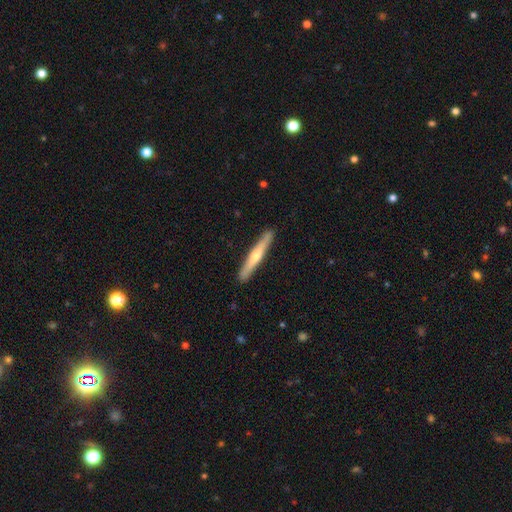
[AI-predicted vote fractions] Smooth or featured?
  - featured or disk: 57% *
  - smooth: 38%
  - star or artifact: 5%
Edge-on disk?
  - yes: 96% *
  - no: 4%
Edge-on bulge?
  - rounded: 80% *
  - none: 16%
  - boxy: 4%
Merging?
  - none: 91% *
  - minor disturbance: 7%
  - major disturbance: 1%
  - merger: 1%